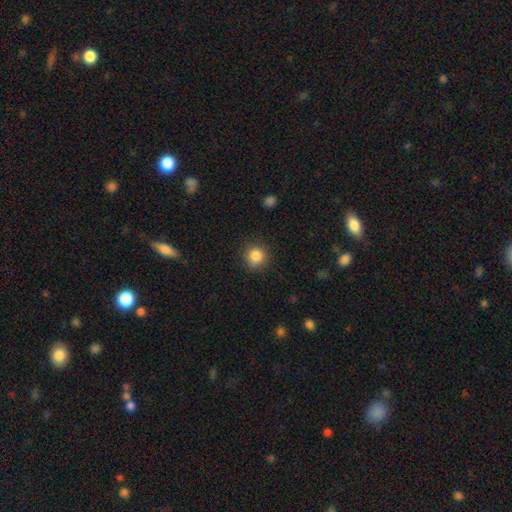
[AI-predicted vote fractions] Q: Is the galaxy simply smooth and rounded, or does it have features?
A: smooth — 86%.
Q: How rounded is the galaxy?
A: round — 92%.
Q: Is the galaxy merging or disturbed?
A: none — 87%.